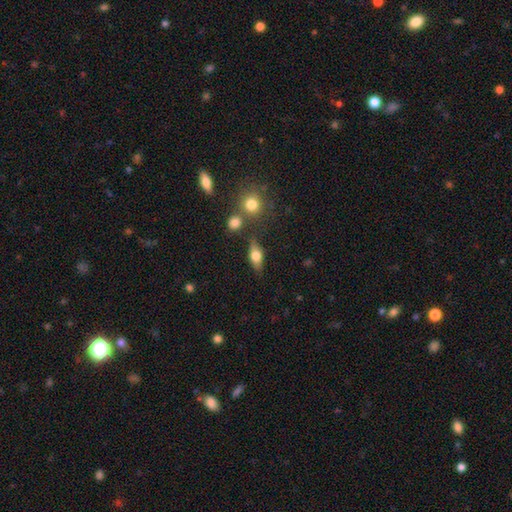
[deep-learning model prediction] The model was most divided on "smooth or featured": smooth: 60%, featured or disk: 31%, star or artifact: 9%. More confident: merging — none (74%); how rounded — in between (70%).